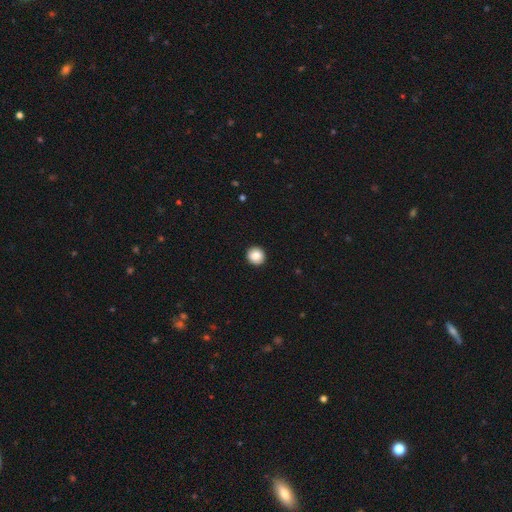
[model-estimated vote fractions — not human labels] This appears to be a smooth galaxy with no disk features (87%) that is round (93%). Merging: none (92%).